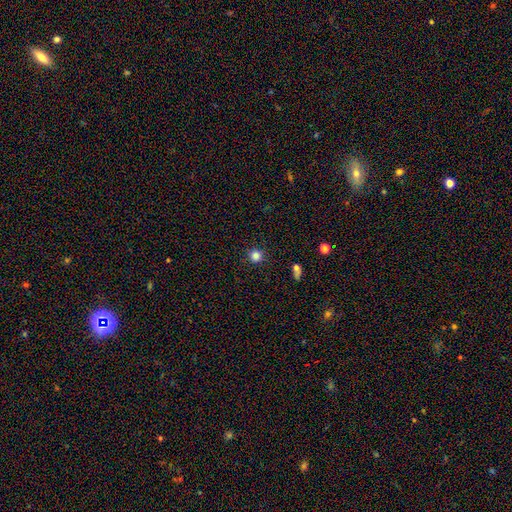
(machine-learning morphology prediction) Overall: smooth (83%). How rounded: round (94%). Merging: none (89%).